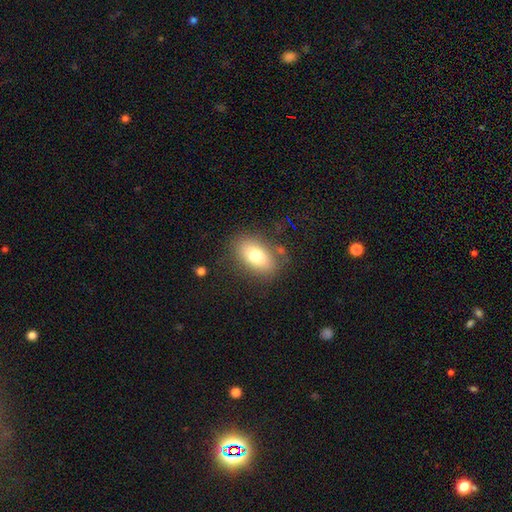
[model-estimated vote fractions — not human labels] This appears to be a smooth galaxy with no disk features (78%) that is in between round and cigar-shaped (90%). Merging: none (78%).